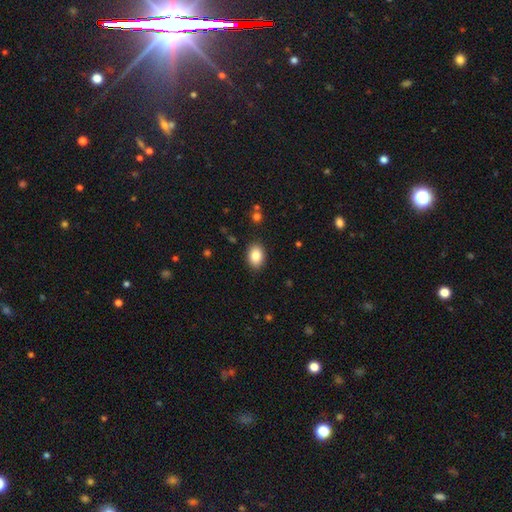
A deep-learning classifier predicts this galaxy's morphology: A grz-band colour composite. It shows a smooth galaxy with no disk features (85%) that is in between round and cigar-shaped (79%). Merging: none (89%).